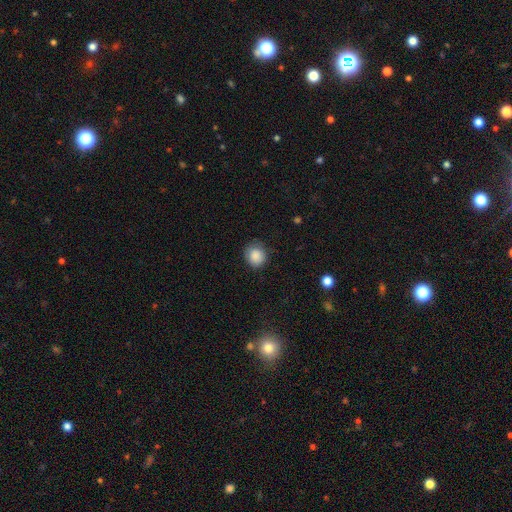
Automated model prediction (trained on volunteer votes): Smooth or featured: smooth — 87% (star or artifact — 8%)
How rounded: round — 85% (in between — 15%)
Merging: none — 77% (minor disturbance — 18%)